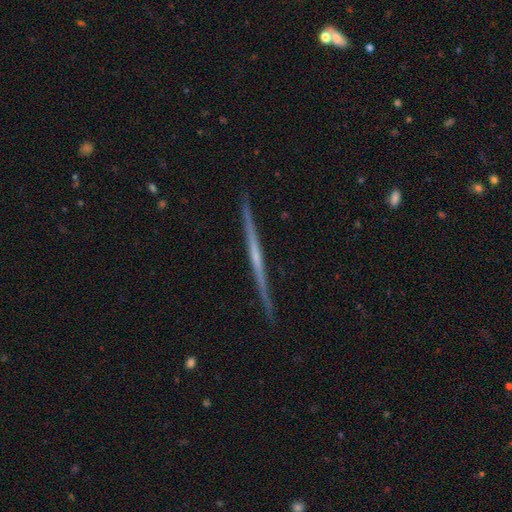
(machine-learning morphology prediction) featured or disk 73%, smooth 22%, star or artifact 6%. Down the decision tree: edge-on disk — yes (98%); edge-on bulge — none (76%); merging — none (91%).